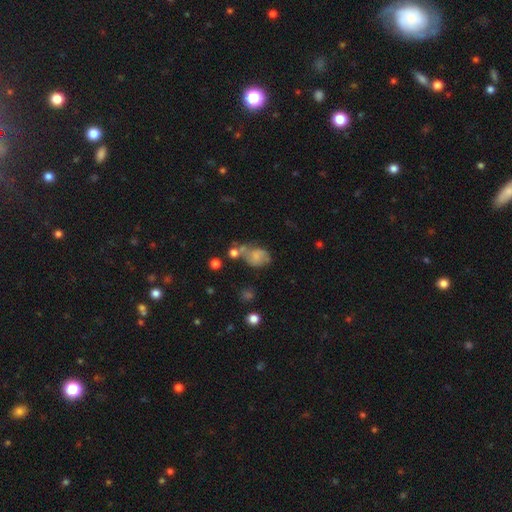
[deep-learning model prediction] smooth_or_featured: smooth (p=0.55) [alt: featured or disk p=0.31]
how_rounded: in between (p=0.63) [alt: round p=0.35]
merging: none (p=0.31) [alt: merger p=0.25]